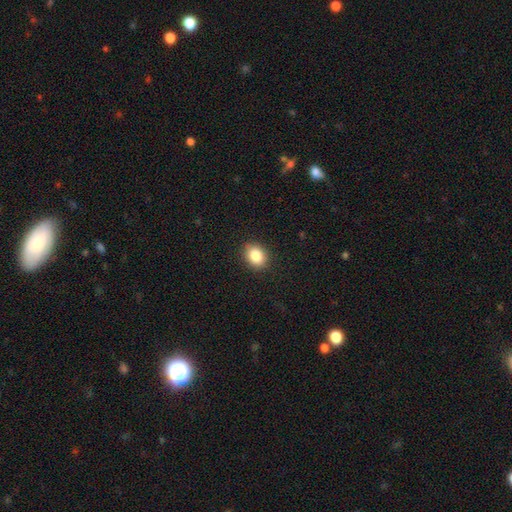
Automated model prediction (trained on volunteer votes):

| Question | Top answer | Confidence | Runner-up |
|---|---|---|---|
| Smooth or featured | smooth | 85% | star or artifact (9%) |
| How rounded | in between | 52% | round (47%) |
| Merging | none | 89% | minor disturbance (8%) |